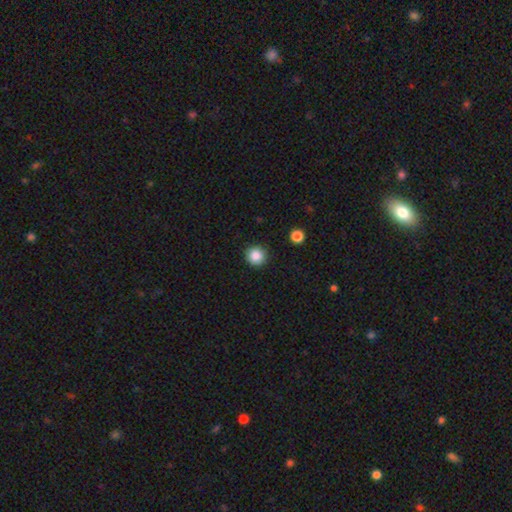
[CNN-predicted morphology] type=smooth (87%); roundness=round (95%); merging=none (91%).